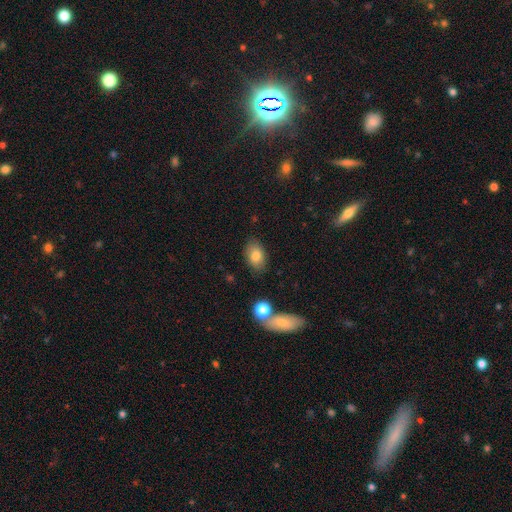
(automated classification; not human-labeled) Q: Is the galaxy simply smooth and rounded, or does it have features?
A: smooth — 80%.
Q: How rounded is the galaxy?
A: in between — 87%.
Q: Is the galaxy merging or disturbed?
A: none — 81%.